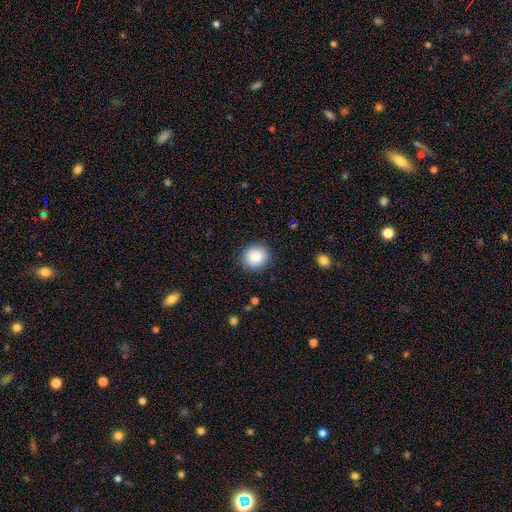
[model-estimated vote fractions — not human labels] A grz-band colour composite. It shows a smooth galaxy with no disk features (87%) that is round (82%). Merging: none (89%).